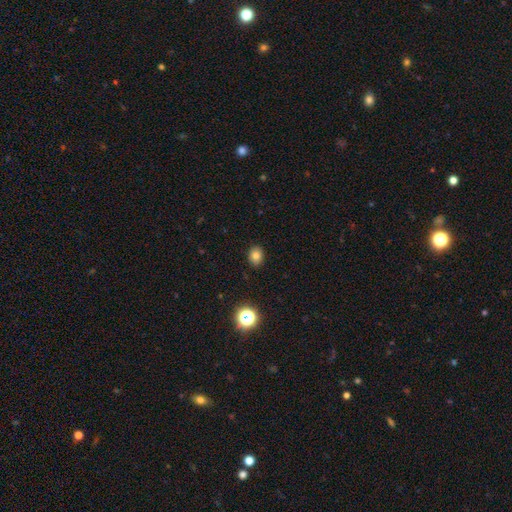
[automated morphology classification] A smooth galaxy with no disk features (79%) that is in between round and cigar-shaped (52%).

Vote fractions:
- Smooth or featured? smooth: 79% / star or artifact: 14% / featured or disk: 8%
- How rounded? in between: 52% / round: 47% / cigar-shaped: 1%
- Merging? none: 89% / minor disturbance: 8% / major disturbance: 2% / merger: 1%